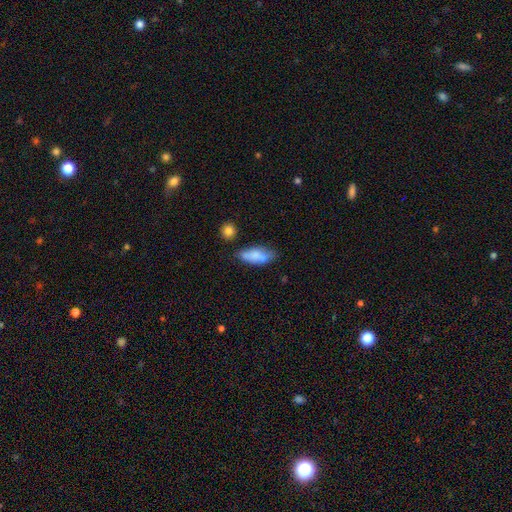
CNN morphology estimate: Overall: smooth (69%). How rounded: in between (78%). Merging: none (50%; minor disturbance 24%).